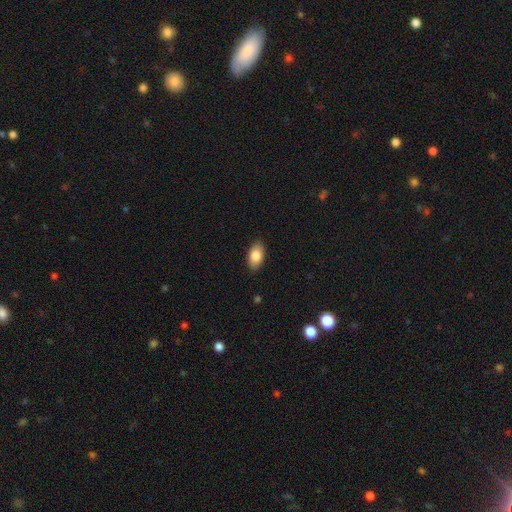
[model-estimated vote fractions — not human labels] Q: Smooth or featured?
A: smooth (84%); runner-up: featured or disk (9%)
Q: How rounded?
A: in between (93%); runner-up: round (4%)
Q: Merging?
A: none (88%); runner-up: minor disturbance (9%)